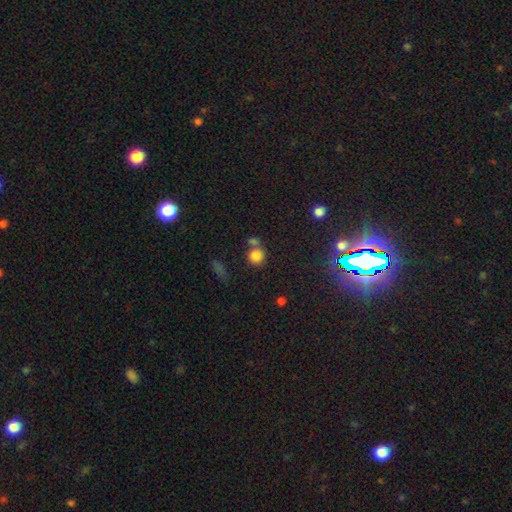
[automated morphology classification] Smooth or featured?
  - smooth: 80% *
  - star or artifact: 12%
  - featured or disk: 7%
How rounded?
  - round: 87% *
  - in between: 12%
  - cigar-shaped: 1%
Merging?
  - none: 54% *
  - merger: 32%
  - minor disturbance: 10%
  - major disturbance: 5%